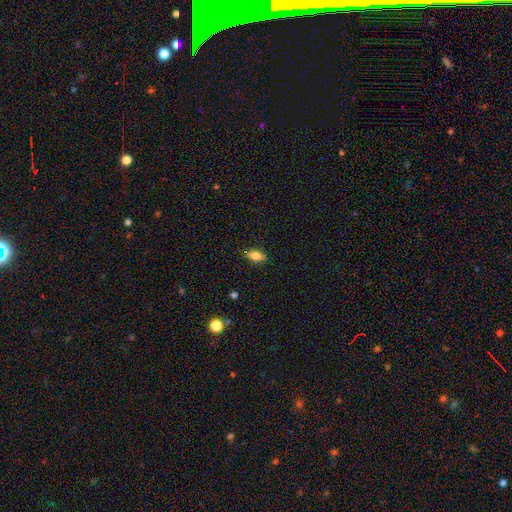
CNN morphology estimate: smooth-or-featured: smooth: 74% | featured or disk: 17% | star or artifact: 8%
  how-rounded: in between: 83% | cigar-shaped: 13% | round: 4%
  merging: none: 87% | minor disturbance: 10% | major disturbance: 2% | merger: 1%